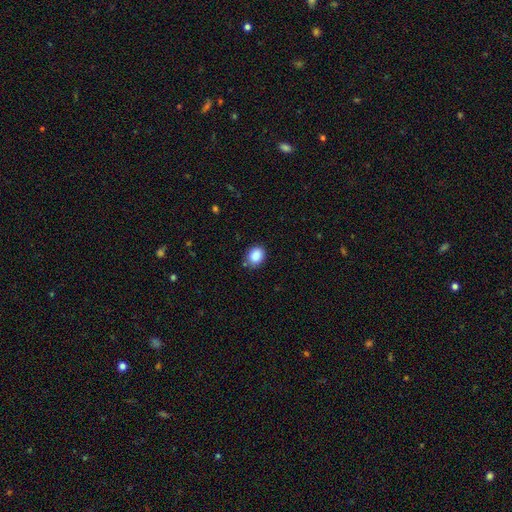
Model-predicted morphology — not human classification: Smooth or featured? Predicted: smooth (p=0.88). How rounded? Predicted: round (p=0.52). Merging? Predicted: none (p=0.80).